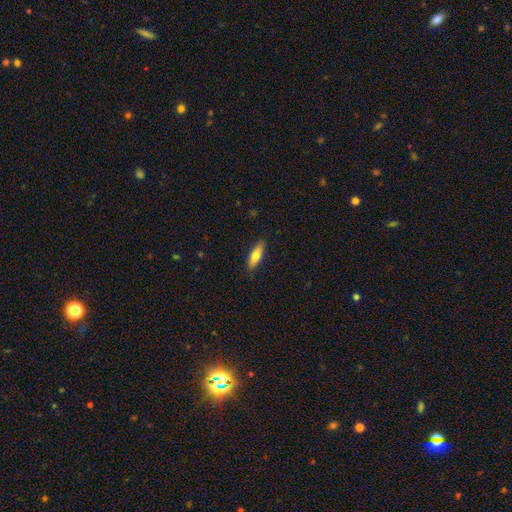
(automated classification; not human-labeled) smooth 72%, featured or disk 21%, star or artifact 6%. Down the decision tree: how rounded — in between (49%, tied with cigar-shaped); merging — none (87%).